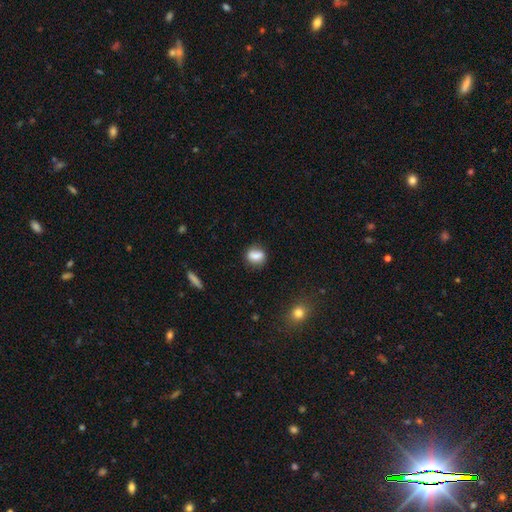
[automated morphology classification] A smooth galaxy with no disk features (78%) that is in between round and cigar-shaped (54%). Merging: none (68%).